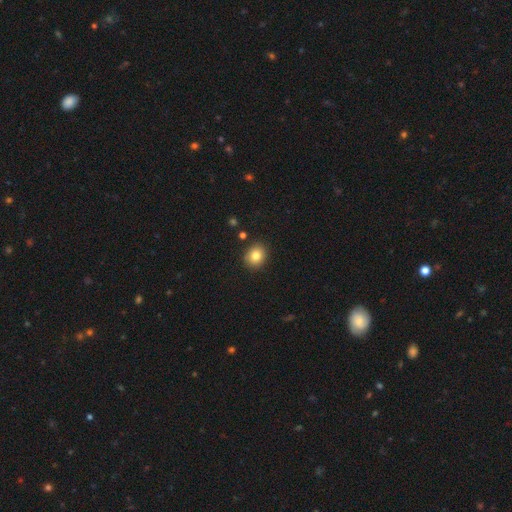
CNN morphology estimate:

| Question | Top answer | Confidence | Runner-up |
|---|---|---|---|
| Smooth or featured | smooth | 83% | star or artifact (10%) |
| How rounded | round | 69% | in between (30%) |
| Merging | none | 88% | minor disturbance (8%) |